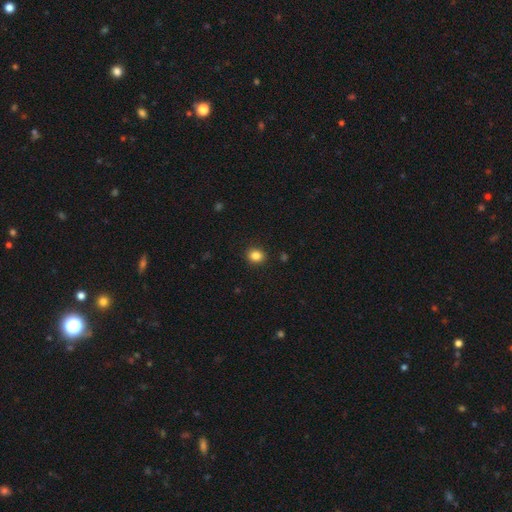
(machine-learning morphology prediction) Smooth or featured?
  - smooth: 85% *
  - star or artifact: 11%
  - featured or disk: 5%
How rounded?
  - round: 72% *
  - in between: 27%
  - cigar-shaped: 1%
Merging?
  - none: 91% *
  - minor disturbance: 6%
  - major disturbance: 2%
  - merger: 1%